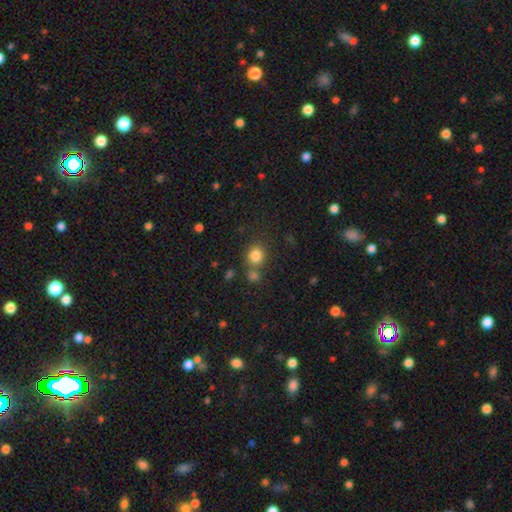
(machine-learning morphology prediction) Smooth or featured?
  - smooth: 83% *
  - star or artifact: 12%
  - featured or disk: 6%
How rounded?
  - round: 79% *
  - in between: 20%
  - cigar-shaped: 1%
Merging?
  - none: 67% *
  - merger: 20%
  - minor disturbance: 10%
  - major disturbance: 4%